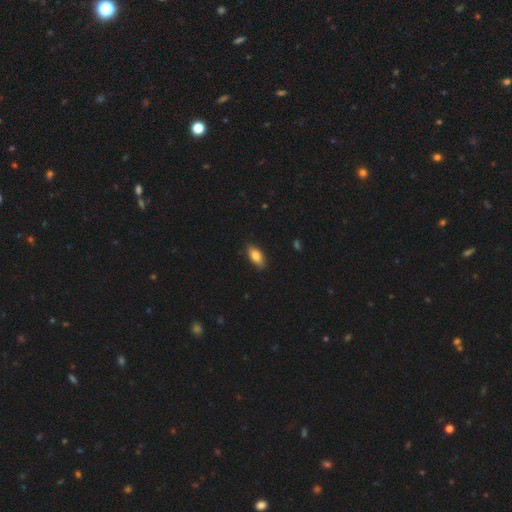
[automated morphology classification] Smooth or featured? smooth (83%)
How rounded? in between (88%)
Merging? none (84%)